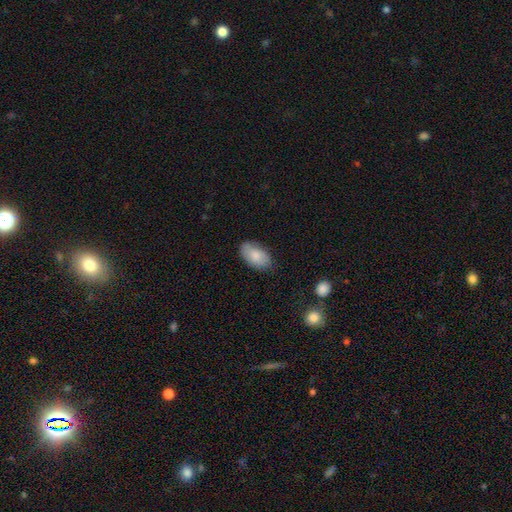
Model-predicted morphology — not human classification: smooth_or_featured: smooth (p=0.81) [alt: featured or disk p=0.12]
how_rounded: in between (p=0.94) [alt: round p=0.04]
merging: none (p=0.76) [alt: minor disturbance p=0.19]